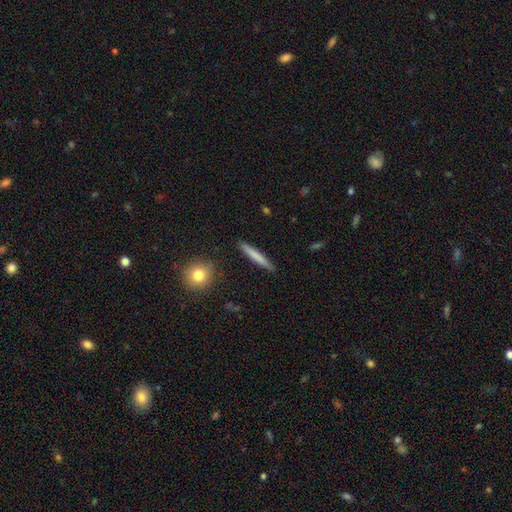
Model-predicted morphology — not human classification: smooth-or-featured: smooth: 72% | featured or disk: 23% | star or artifact: 6%
  how-rounded: cigar-shaped: 95% | in between: 3% | round: 2%
  merging: none: 91% | minor disturbance: 7% | major disturbance: 1% | merger: 1%